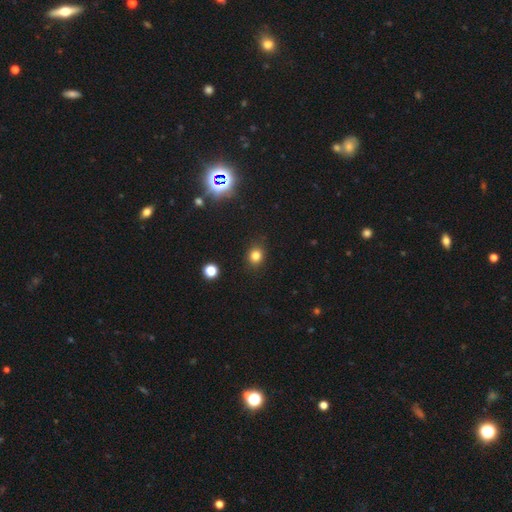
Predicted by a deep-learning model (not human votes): Smooth or featured: smooth — 80% (star or artifact — 15%)
How rounded: round — 72% (in between — 27%)
Merging: none — 89% (minor disturbance — 8%)